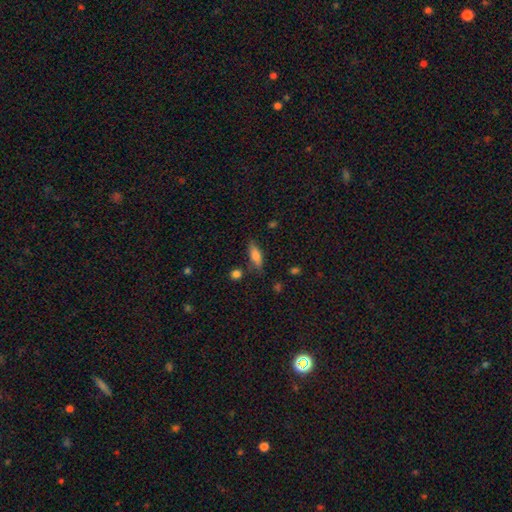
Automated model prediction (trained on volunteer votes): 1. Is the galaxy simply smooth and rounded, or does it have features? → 75% smooth, 17% featured or disk, 7% star or artifact.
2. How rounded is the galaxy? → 57% in between, 40% cigar-shaped, 3% round.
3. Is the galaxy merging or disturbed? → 77% none, 15% minor disturbance, 5% merger, 4% major disturbance.